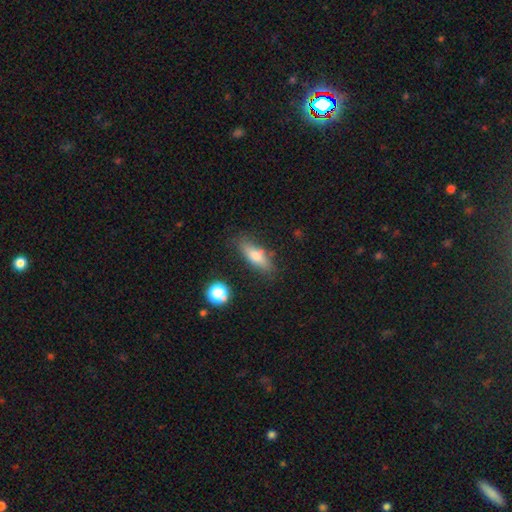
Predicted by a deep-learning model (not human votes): A smooth galaxy with no disk features (70%) that is in between round and cigar-shaped (53%).

Vote fractions:
- Smooth or featured? smooth: 70% / featured or disk: 21% / star or artifact: 9%
- How rounded? in between: 53% / cigar-shaped: 44% / round: 4%
- Merging? none: 73% / minor disturbance: 18% / major disturbance: 5% / merger: 4%